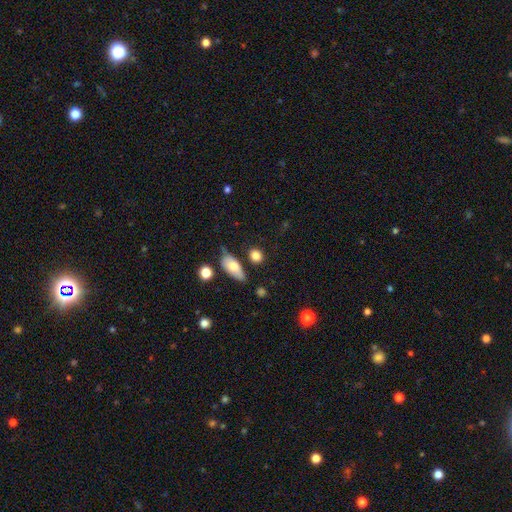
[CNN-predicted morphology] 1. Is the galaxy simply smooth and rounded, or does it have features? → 82% smooth, 9% featured or disk, 9% star or artifact.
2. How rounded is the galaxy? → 53% round, 41% in between, 6% cigar-shaped.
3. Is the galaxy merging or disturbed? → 73% none, 15% minor disturbance, 7% merger, 4% major disturbance.